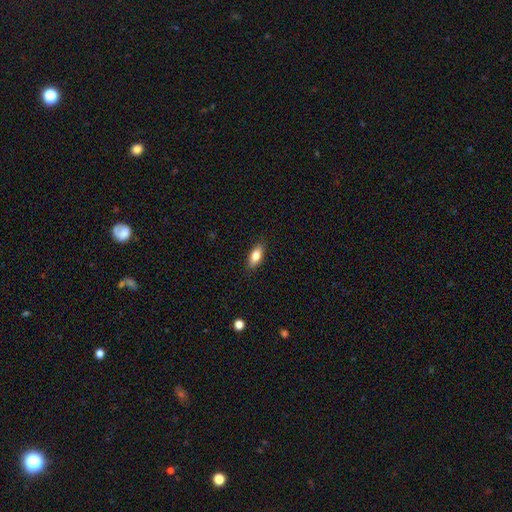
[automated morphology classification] A smooth galaxy with no disk features (81%) that is in between round and cigar-shaped (84%). Merging: none (88%).